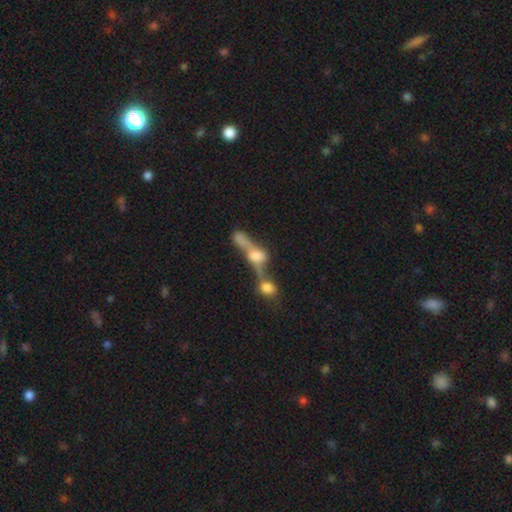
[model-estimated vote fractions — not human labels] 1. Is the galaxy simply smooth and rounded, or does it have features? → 44% smooth, 43% featured or disk, 13% star or artifact.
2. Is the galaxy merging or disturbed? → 69% merger, 15% none, 10% major disturbance, 6% minor disturbance.